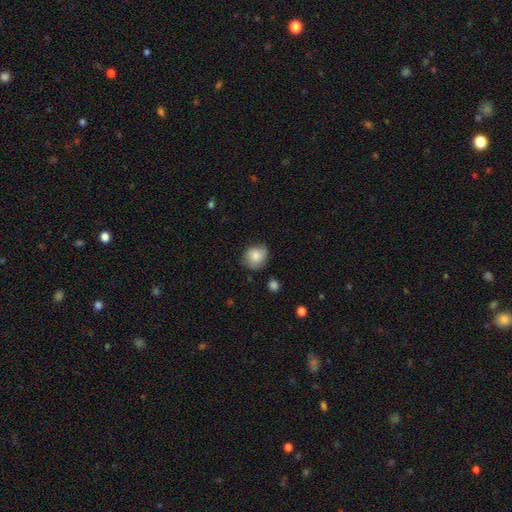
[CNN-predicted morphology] Smooth or featured: smooth — 70% (featured or disk — 22%)
How rounded: round — 71% (in between — 28%)
Merging: none — 68% (minor disturbance — 24%)